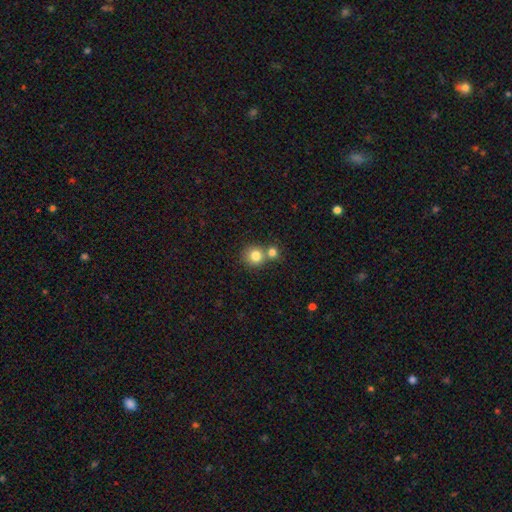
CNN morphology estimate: This appears to be a smooth galaxy with no disk features (81%) that is round (89%). Merging: none (52%).